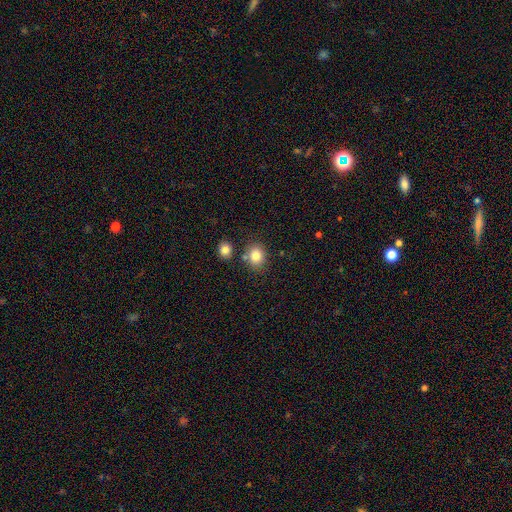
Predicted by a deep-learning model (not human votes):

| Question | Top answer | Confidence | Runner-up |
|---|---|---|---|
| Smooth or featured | smooth | 83% | star or artifact (10%) |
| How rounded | round | 65% | in between (34%) |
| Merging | none | 73% | merger (13%) |